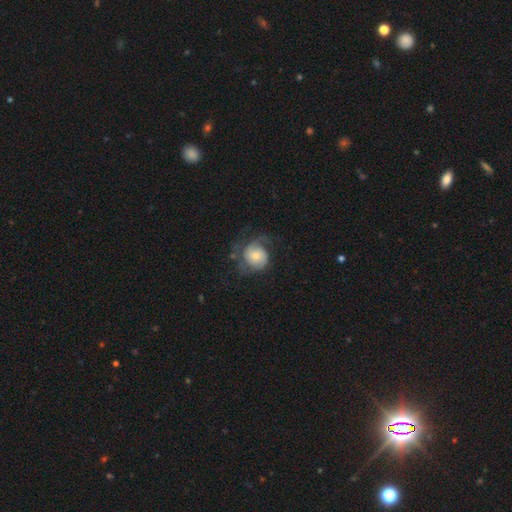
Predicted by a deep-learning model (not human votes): Smooth or featured?
  - featured or disk: 68% *
  - smooth: 25%
  - star or artifact: 6%
Edge-on disk?
  - no: 98% *
  - yes: 2%
Bar?
  - no: 74% *
  - weak: 22%
  - strong: 4%
Spiral arms?
  - yes: 91% *
  - no: 9%
Spiral winding?
  - medium: 40% *
  - tight: 34%
  - loose: 26%
Spiral arm count?
  - 2: 54% *
  - 1: 15%
  - can't tell: 15%
  - 3: 10%
  - 4: 3%
  - more than 4: 3%
Bulge size?
  - moderate: 47% *
  - small: 40%
  - large: 9%
  - none: 3%
  - dominant: 2%
Merging?
  - none: 52% *
  - major disturbance: 24%
  - minor disturbance: 23%
  - merger: 2%